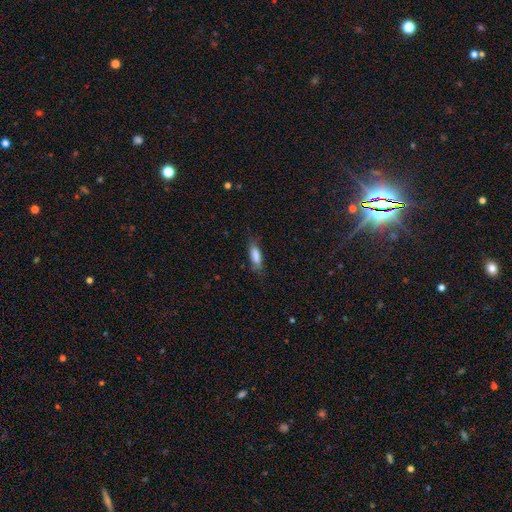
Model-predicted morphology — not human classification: A smooth galaxy with no disk features (80%) that is in between round and cigar-shaped (57%).

Vote fractions:
- Smooth or featured? smooth: 80% / featured or disk: 13% / star or artifact: 7%
- How rounded? in between: 57% / cigar-shaped: 41% / round: 2%
- Merging? none: 72% / minor disturbance: 21% / major disturbance: 6% / merger: 1%